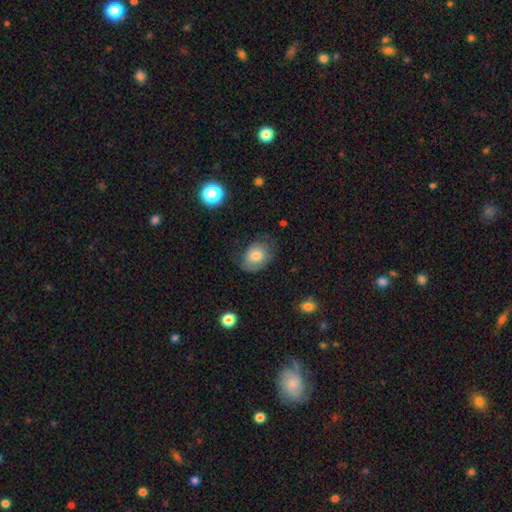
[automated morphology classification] Smooth or featured? smooth (72%)
How rounded? in between (70%)
Merging? none (58%)